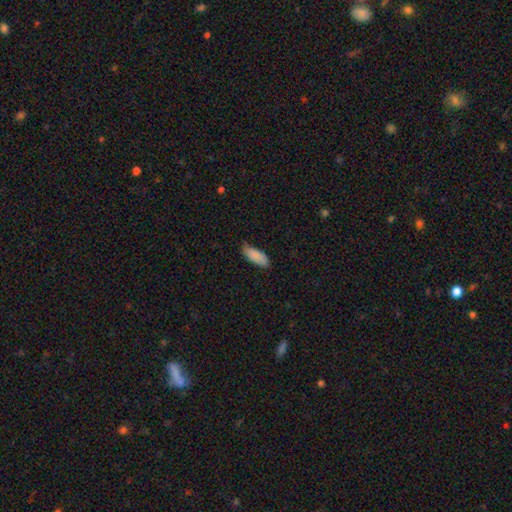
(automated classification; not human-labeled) Smooth or featured?
  - smooth: 87% *
  - featured or disk: 7%
  - star or artifact: 6%
How rounded?
  - in between: 80% *
  - cigar-shaped: 18%
  - round: 2%
Merging?
  - none: 67% *
  - minor disturbance: 28%
  - major disturbance: 4%
  - merger: 1%